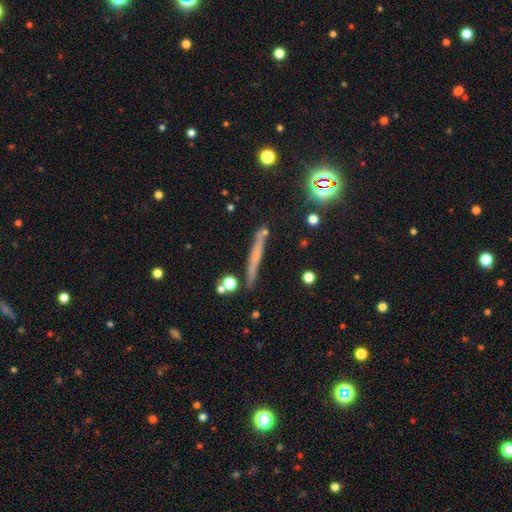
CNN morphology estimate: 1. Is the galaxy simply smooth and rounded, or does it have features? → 45% smooth, 40% featured or disk, 15% star or artifact.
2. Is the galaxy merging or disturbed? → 81% none, 12% minor disturbance, 4% merger, 3% major disturbance.